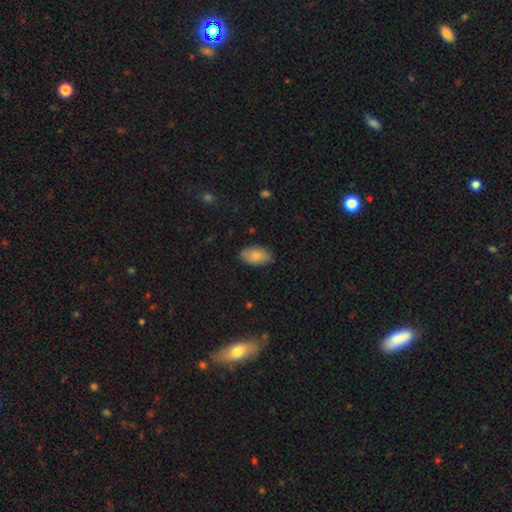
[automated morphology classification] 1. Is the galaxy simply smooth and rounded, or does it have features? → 79% smooth, 14% featured or disk, 7% star or artifact.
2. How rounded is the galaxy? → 93% in between, 5% round, 2% cigar-shaped.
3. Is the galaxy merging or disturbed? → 81% none, 15% minor disturbance, 2% major disturbance, 1% merger.